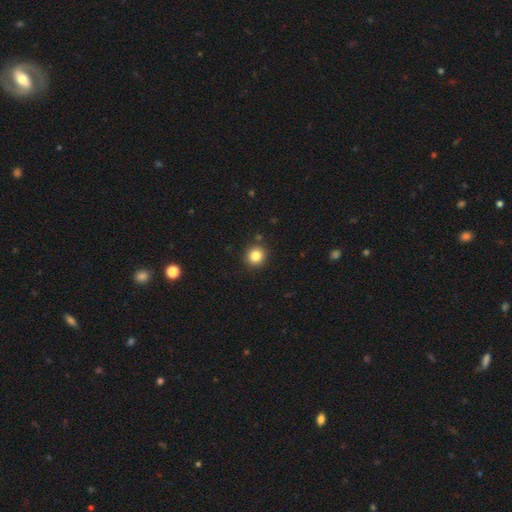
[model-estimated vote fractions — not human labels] A smooth galaxy with no disk features (83%) that is round (93%). Merging: none (90%).